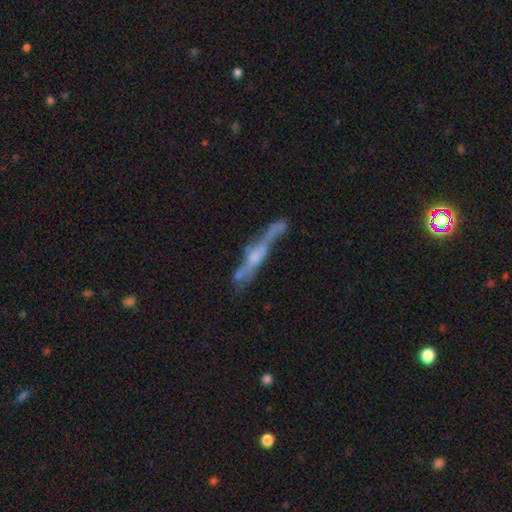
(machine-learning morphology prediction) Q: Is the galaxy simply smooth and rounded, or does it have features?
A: featured or disk — 66%.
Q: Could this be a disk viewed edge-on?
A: yes — 79%.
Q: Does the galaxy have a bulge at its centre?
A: rounded — 57%.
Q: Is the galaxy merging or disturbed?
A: none — 46%.